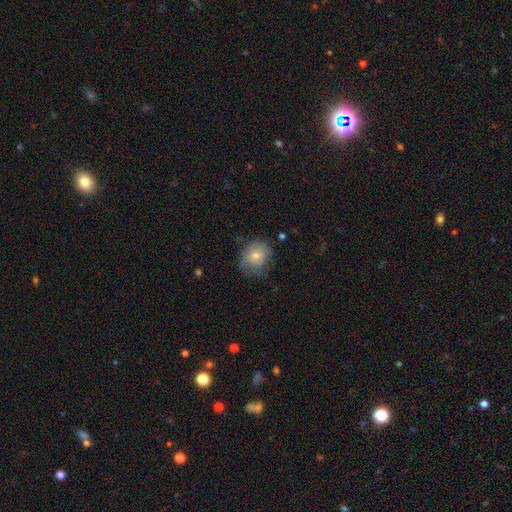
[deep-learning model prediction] smooth_or_featured: smooth (p=0.63) [alt: featured or disk p=0.27]
how_rounded: round (p=0.66) [alt: in between p=0.33]
merging: none (p=0.61) [alt: minor disturbance p=0.27]